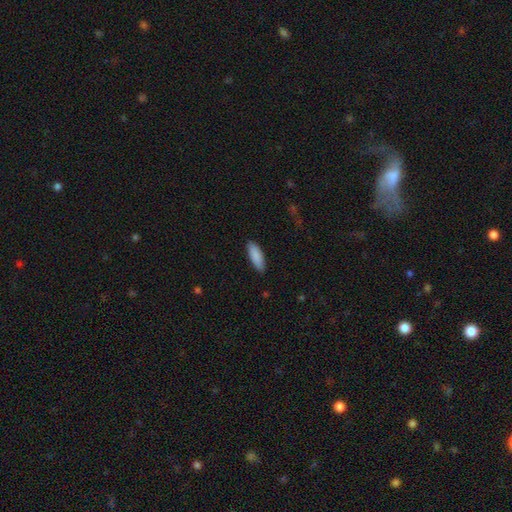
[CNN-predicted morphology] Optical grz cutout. It shows a smooth galaxy with no disk features (89%) that is in between round and cigar-shaped (61%). Merging: none (87%).